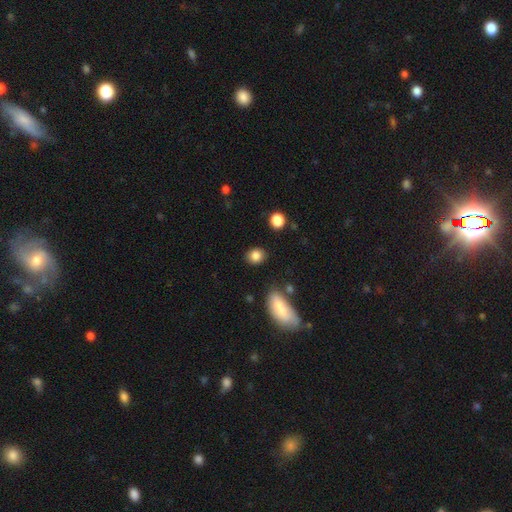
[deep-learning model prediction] This is clearly a smooth galaxy (85%). How rounded: likely round (60%). Merging: clearly none (85%).